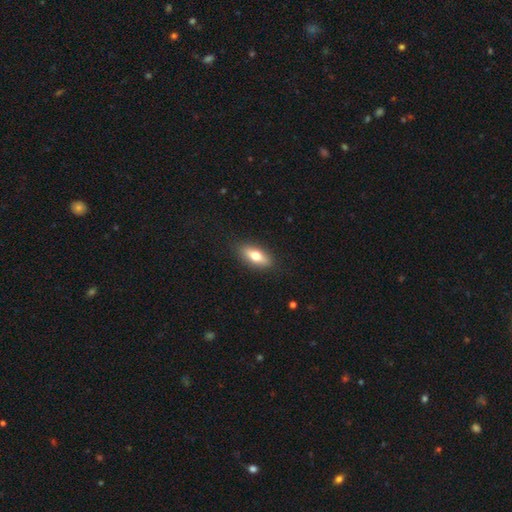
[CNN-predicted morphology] Smooth or featured?
  - smooth: 66% *
  - featured or disk: 27%
  - star or artifact: 7%
How rounded?
  - in between: 73% *
  - cigar-shaped: 23%
  - round: 4%
Merging?
  - none: 88% *
  - minor disturbance: 9%
  - major disturbance: 2%
  - merger: 1%